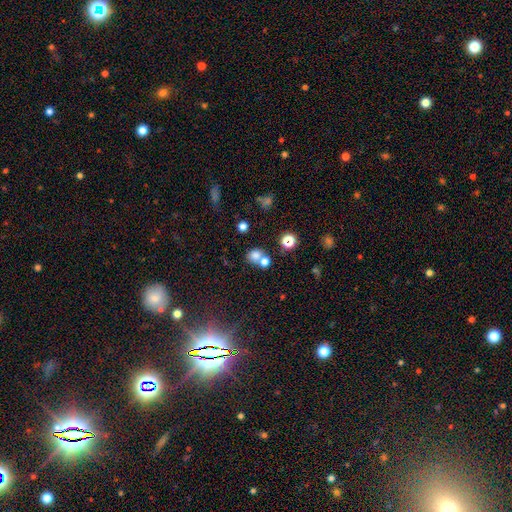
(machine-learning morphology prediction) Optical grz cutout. It shows a smooth galaxy with no disk features (72%) that is round (71%). Merging: none (48%).